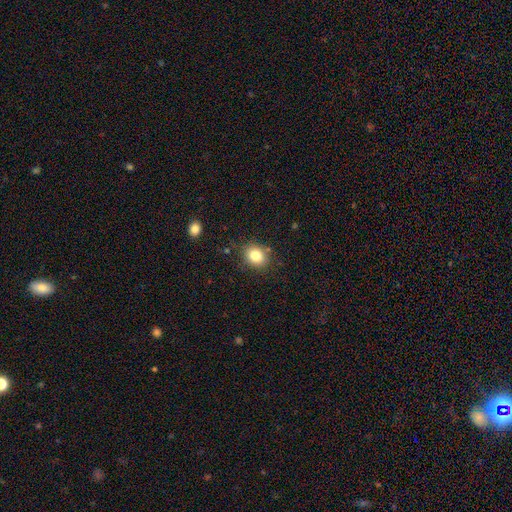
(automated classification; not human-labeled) Smooth or featured: smooth — 82% (star or artifact — 11%)
How rounded: round — 61% (in between — 38%)
Merging: none — 83% (minor disturbance — 11%)